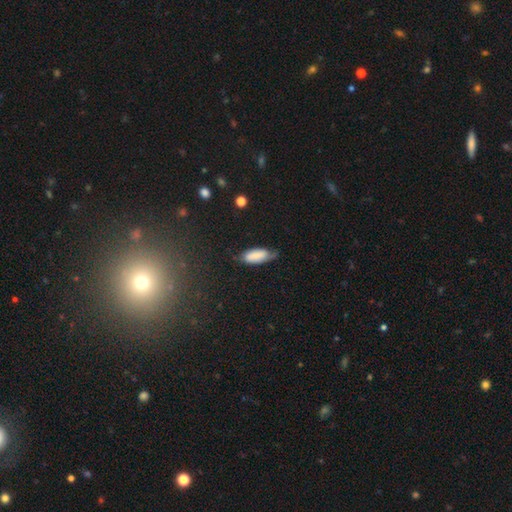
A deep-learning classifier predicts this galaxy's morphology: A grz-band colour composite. It shows a smooth galaxy with no disk features (76%) that is in between round and cigar-shaped (81%). Merging: none (51%).